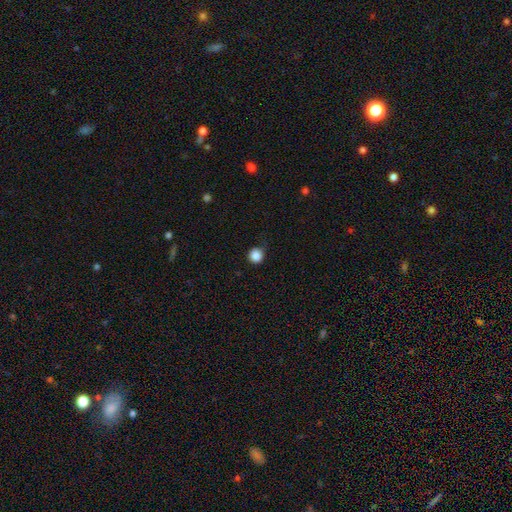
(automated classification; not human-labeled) Morphology: type=smooth (86%); roundness=round (94%); merging=none (83%).